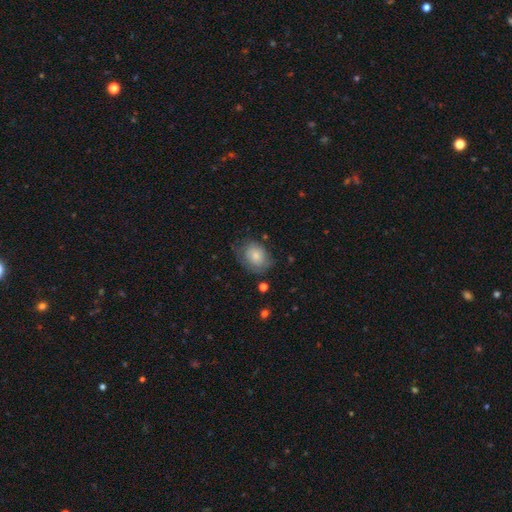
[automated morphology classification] Smooth or featured?
  - smooth: 74% *
  - featured or disk: 18%
  - star or artifact: 7%
How rounded?
  - in between: 60% *
  - round: 39%
  - cigar-shaped: 1%
Merging?
  - none: 60% *
  - minor disturbance: 27%
  - major disturbance: 11%
  - merger: 2%